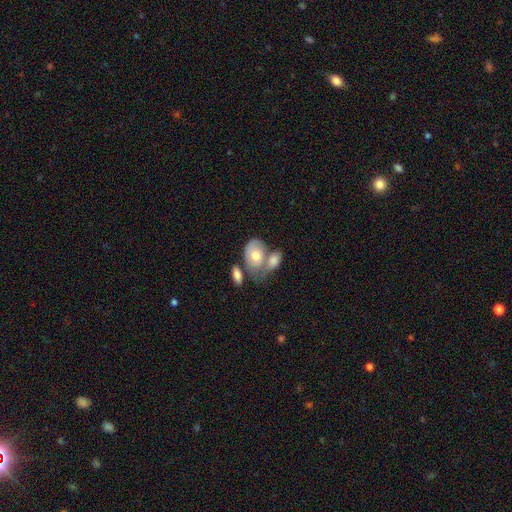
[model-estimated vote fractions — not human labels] Smooth or featured? smooth (63%)
How rounded? in between (82%)
Merging? merger (48%)